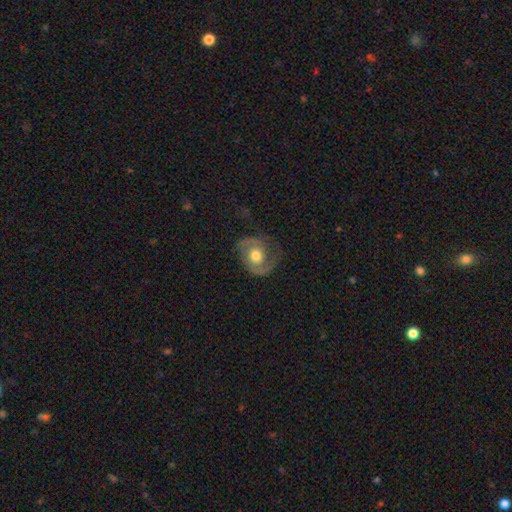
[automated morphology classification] A featured or disk galaxy (68%) with no bar (76%), 2 (74%) medium (45%) spiral arms (84%) and a moderate central bulge (70%). Merging: none (64%).